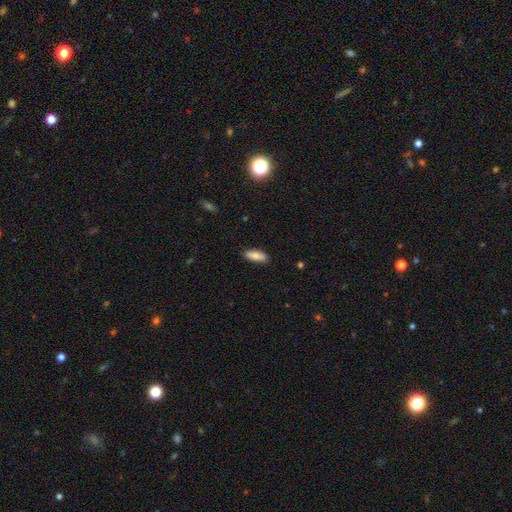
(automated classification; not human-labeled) A smooth galaxy with no disk features (82%) that is in between round and cigar-shaped (74%).

Vote fractions:
- Smooth or featured? smooth: 82% / featured or disk: 12% / star or artifact: 6%
- How rounded? in between: 74% / cigar-shaped: 25% / round: 2%
- Merging? none: 87% / minor disturbance: 10% / major disturbance: 2% / merger: 1%